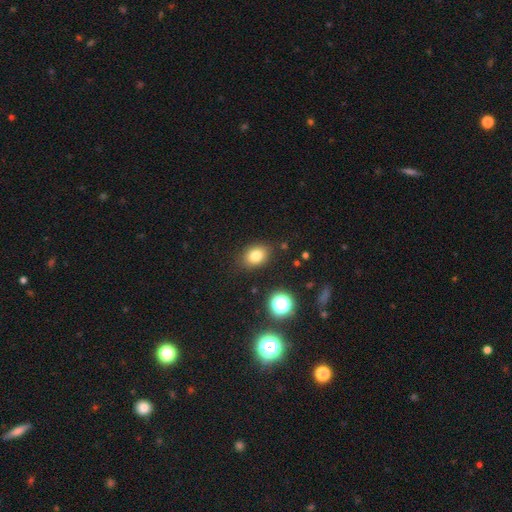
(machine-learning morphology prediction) A smooth galaxy with no disk features (79%) that is in between round and cigar-shaped (66%). Merging: none (85%).